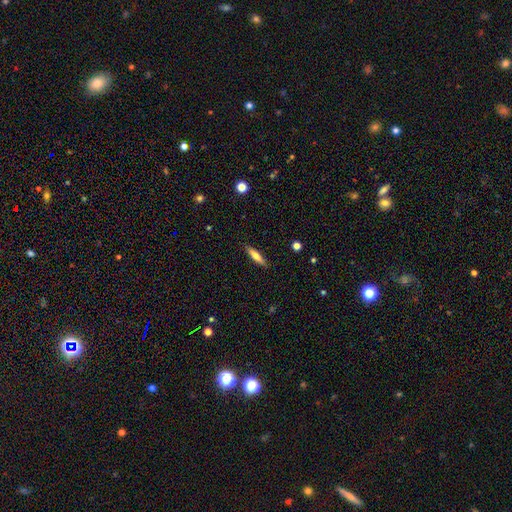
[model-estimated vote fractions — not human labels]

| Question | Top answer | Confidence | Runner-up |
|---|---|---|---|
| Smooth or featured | smooth | 59% | featured or disk (35%) |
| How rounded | cigar-shaped | 80% | in between (18%) |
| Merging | none | 89% | minor disturbance (8%) |